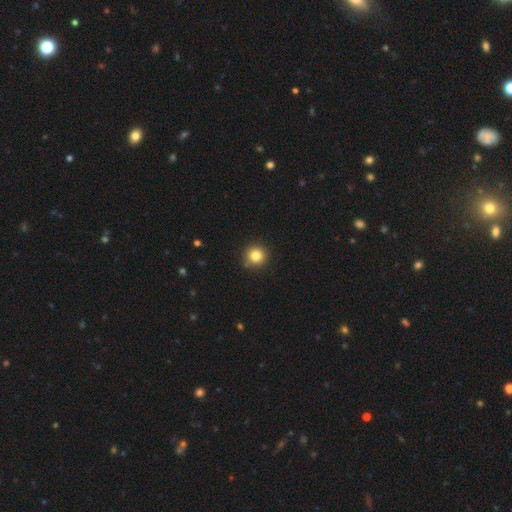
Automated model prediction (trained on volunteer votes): Smooth or featured?
  - smooth: 83% *
  - star or artifact: 12%
  - featured or disk: 6%
How rounded?
  - round: 94% *
  - in between: 5%
  - cigar-shaped: 1%
Merging?
  - none: 89% *
  - minor disturbance: 8%
  - major disturbance: 2%
  - merger: 2%